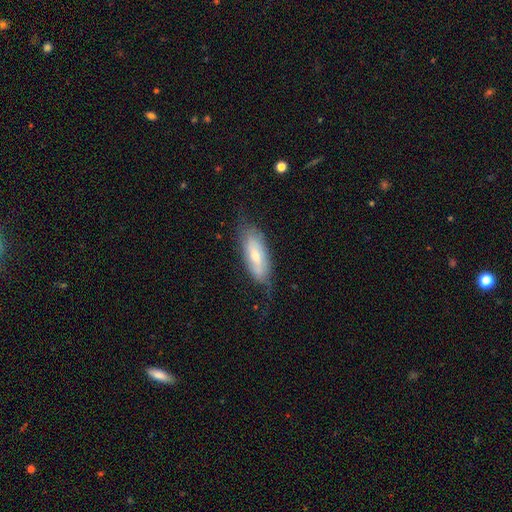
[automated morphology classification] Smooth or featured? smooth (50%)
Merging? none (59%)